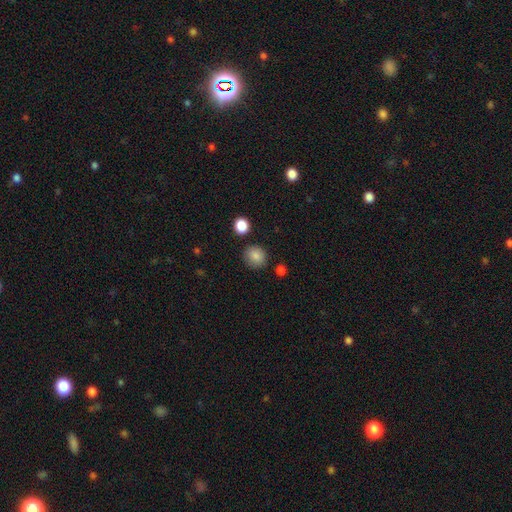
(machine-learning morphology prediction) smooth_or_featured: smooth (p=0.86) [alt: star or artifact p=0.10]
how_rounded: round (p=0.84) [alt: in between p=0.15]
merging: none (p=0.84) [alt: minor disturbance p=0.10]